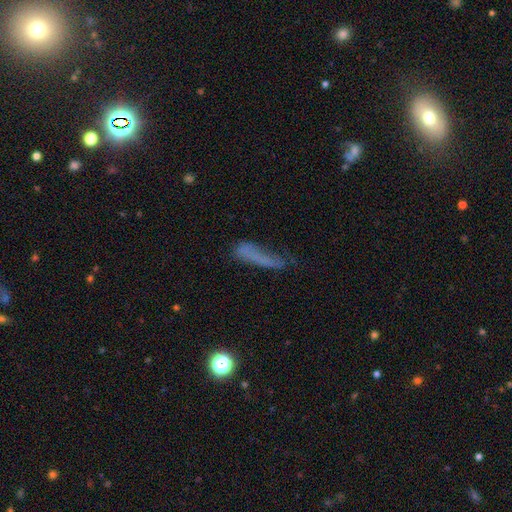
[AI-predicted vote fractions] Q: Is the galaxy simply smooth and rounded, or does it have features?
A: smooth — 57%.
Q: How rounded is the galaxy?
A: cigar-shaped — 75%.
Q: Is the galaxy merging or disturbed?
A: none — 44%.